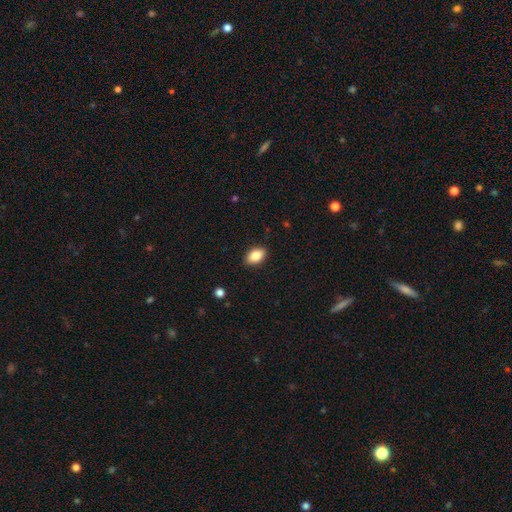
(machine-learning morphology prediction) smooth-or-featured: smooth: 86% | star or artifact: 7% | featured or disk: 6%
  how-rounded: in between: 89% | round: 9% | cigar-shaped: 1%
  merging: none: 89% | minor disturbance: 8% | major disturbance: 2% | merger: 1%